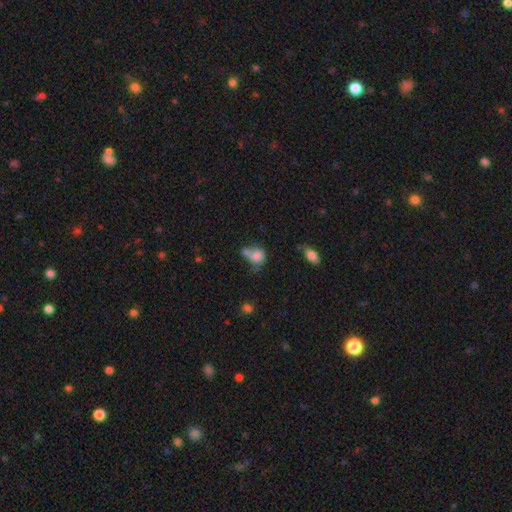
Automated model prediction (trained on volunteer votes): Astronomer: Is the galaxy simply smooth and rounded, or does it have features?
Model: smooth — 76%.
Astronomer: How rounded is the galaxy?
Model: round — 52% (runner-up: in between, 46%).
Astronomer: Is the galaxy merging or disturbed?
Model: merger — 40% (runner-up: none, 27%).